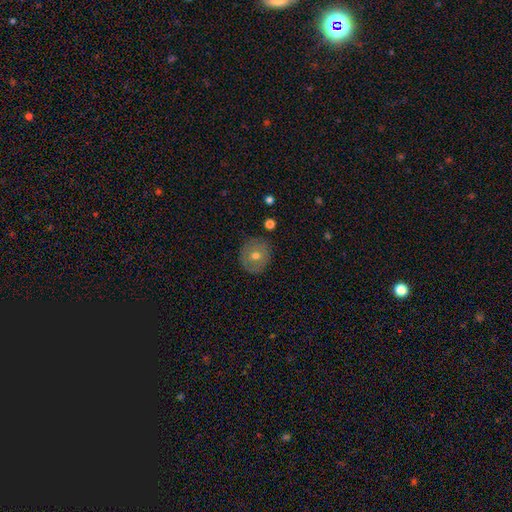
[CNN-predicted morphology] smooth 56%, featured or disk 34%, star or artifact 10%. Down the decision tree: how rounded — round (85%); merging — none (85%).